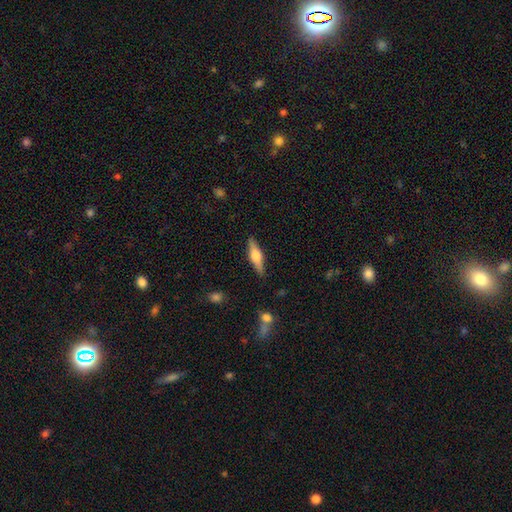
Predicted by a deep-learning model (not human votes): A featured or disk galaxy (55%) viewed edge-on (95%) with a rounded central bulge (91%).

Vote fractions:
- Smooth or featured? featured or disk: 55% / smooth: 39% / star or artifact: 6%
- Edge-on disk? yes: 95% / no: 5%
- Edge-on bulge? rounded: 91% / boxy: 7% / none: 2%
- Merging? none: 88% / minor disturbance: 9% / major disturbance: 2% / merger: 1%